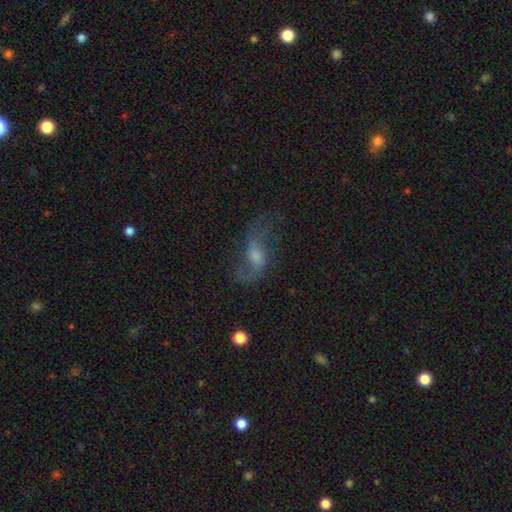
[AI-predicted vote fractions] Smooth or featured?
  - featured or disk: 68% *
  - smooth: 20%
  - star or artifact: 12%
Edge-on disk?
  - no: 93% *
  - yes: 7%
Bar?
  - no: 50% *
  - weak: 41%
  - strong: 10%
Spiral arms?
  - yes: 86% *
  - no: 14%
Spiral winding?
  - loose: 75% *
  - medium: 20%
  - tight: 5%
Spiral arm count?
  - 2: 81% *
  - can't tell: 7%
  - 1: 7%
  - 3: 2%
  - 4: 1%
  - more than 4: 1%
Bulge size?
  - moderate: 42% *
  - small: 34%
  - none: 12%
  - large: 10%
  - dominant: 2%
Merging?
  - none: 55% *
  - major disturbance: 23%
  - minor disturbance: 19%
  - merger: 3%